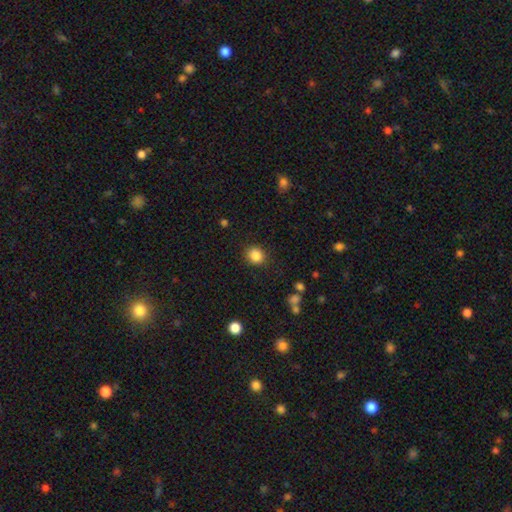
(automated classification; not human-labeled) A smooth galaxy with no disk features (86%) that is round (82%).

Vote fractions:
- Smooth or featured? smooth: 86% / star or artifact: 10% / featured or disk: 4%
- How rounded? round: 82% / in between: 17% / cigar-shaped: 1%
- Merging? none: 89% / minor disturbance: 7% / major disturbance: 3% / merger: 1%